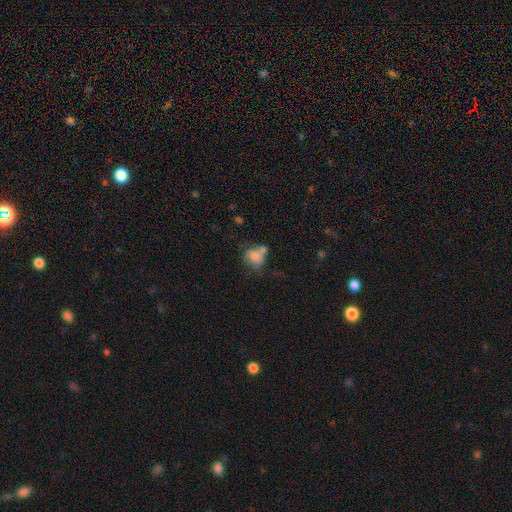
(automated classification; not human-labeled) smooth 67%, featured or disk 23%, star or artifact 11%. Down the decision tree: how rounded — round (52%); merging — merger (32%, tied with none).